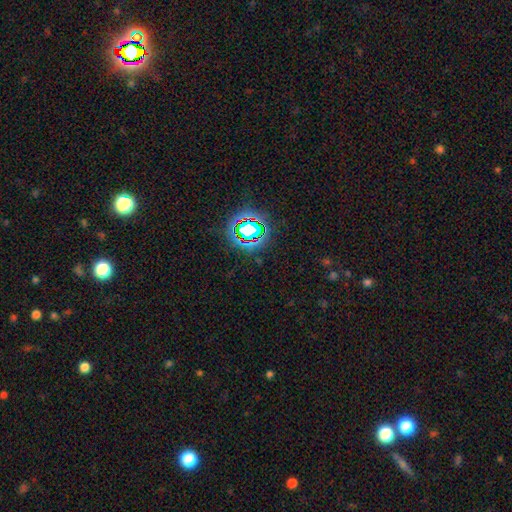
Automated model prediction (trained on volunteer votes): smooth-or-featured: star or artifact: 77% | smooth: 15% | featured or disk: 8%